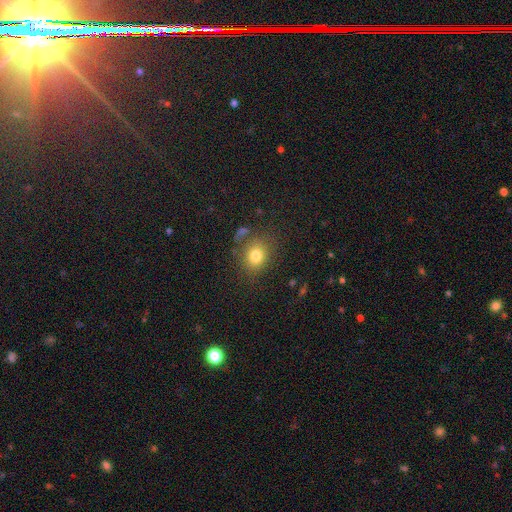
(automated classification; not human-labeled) Smooth or featured: smooth — 78% (star or artifact — 13%)
How rounded: round — 59% (in between — 40%)
Merging: none — 74% (minor disturbance — 15%)